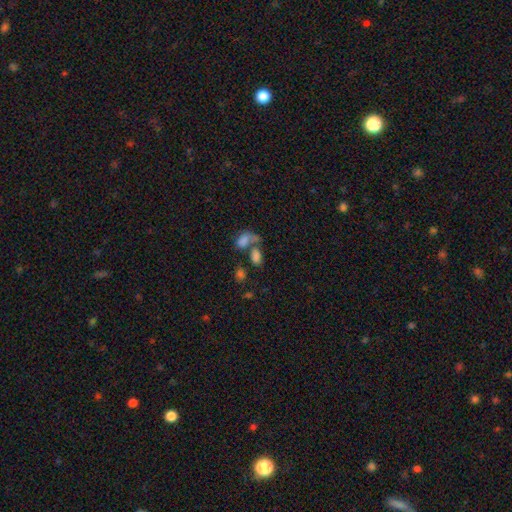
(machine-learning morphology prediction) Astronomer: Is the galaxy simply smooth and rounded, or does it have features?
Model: smooth — 75%.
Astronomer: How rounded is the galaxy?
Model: in between — 85%.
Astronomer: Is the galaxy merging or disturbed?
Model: merger — 51% (runner-up: none, 30%).